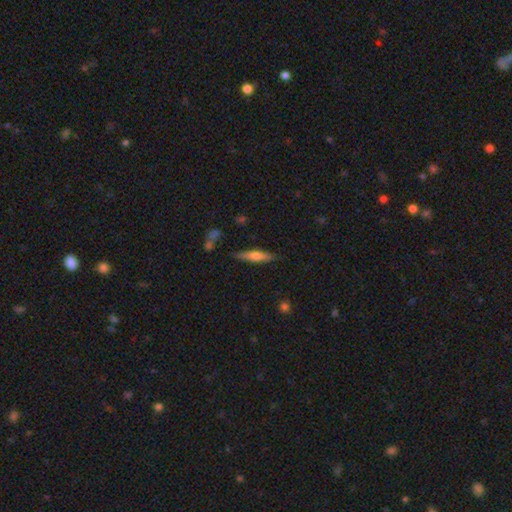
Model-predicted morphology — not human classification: This appears to be a smooth galaxy with no disk features (58%) that is cigar-shaped (82%). Merging: none (83%).